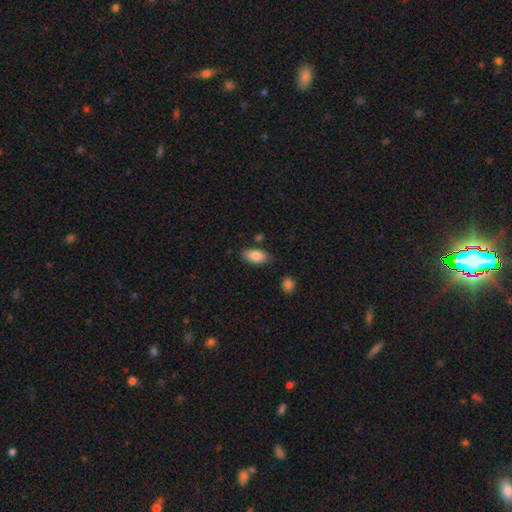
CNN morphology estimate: The model was most divided on "merging": none: 79%, minor disturbance: 14%, merger: 4%, major disturbance: 3%. More confident: how rounded — in between (91%); smooth or featured — smooth (86%).